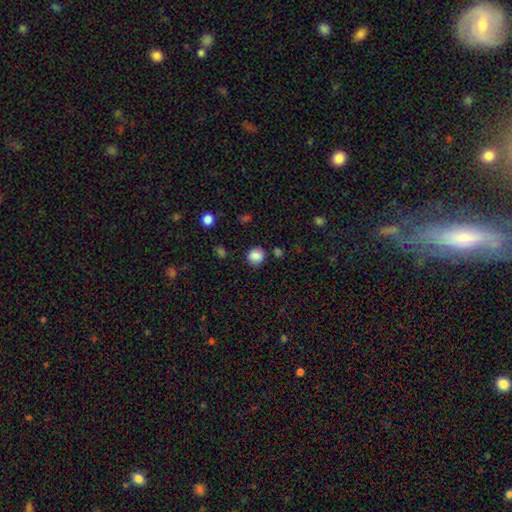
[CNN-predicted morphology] A smooth galaxy with no disk features (86%) that is round (85%). Merging: none (84%).